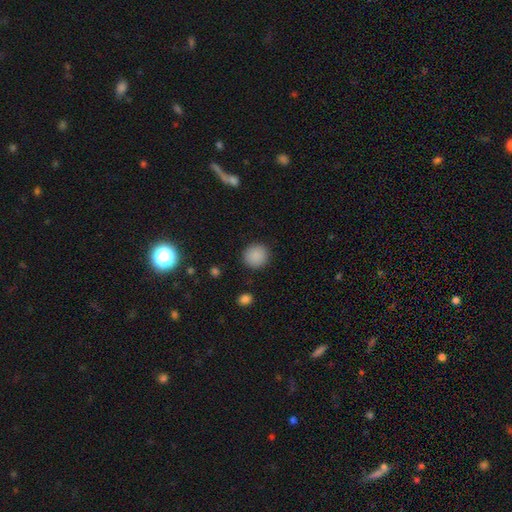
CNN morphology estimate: This appears to be a smooth galaxy with no disk features (89%) that is round (93%). Merging: none (91%).